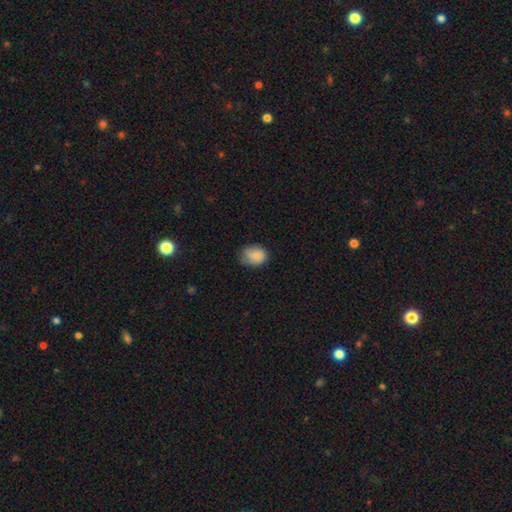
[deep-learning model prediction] A smooth galaxy with no disk features (84%) that is in between round and cigar-shaped (53%). Merging: none (64%).